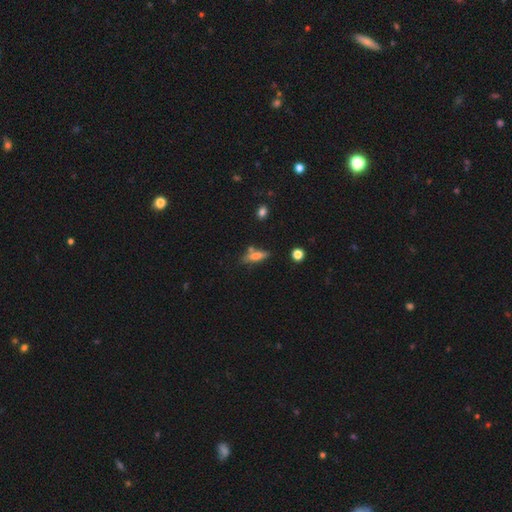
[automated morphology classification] Smooth or featured?
  - smooth: 62% *
  - featured or disk: 28%
  - star or artifact: 9%
How rounded?
  - cigar-shaped: 54% *
  - in between: 42%
  - round: 3%
Merging?
  - none: 64% *
  - minor disturbance: 19%
  - merger: 12%
  - major disturbance: 6%